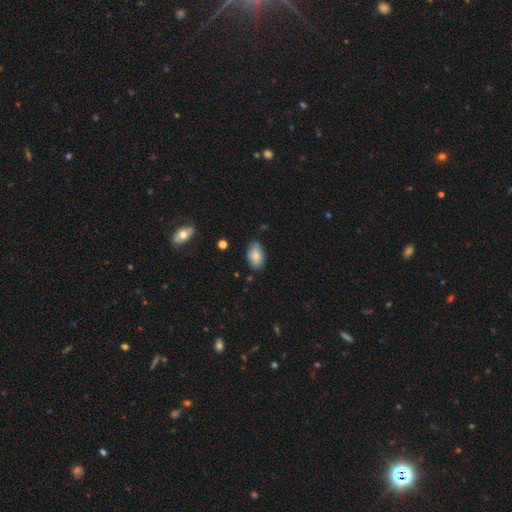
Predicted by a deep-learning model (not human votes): A smooth galaxy with no disk features (80%) that is in between round and cigar-shaped (92%). Merging: none (71%).